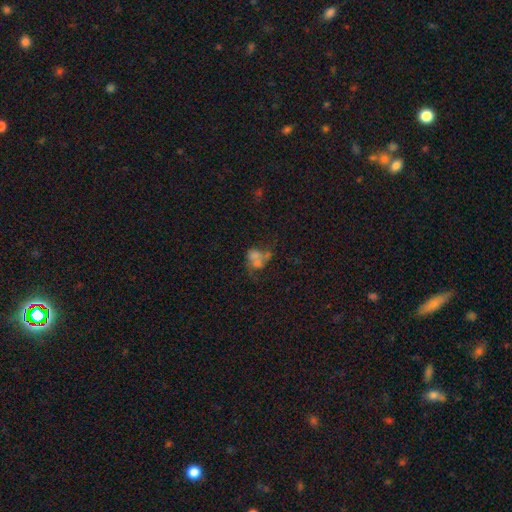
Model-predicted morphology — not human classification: Smooth or featured?
  - smooth: 45% *
  - featured or disk: 31%
  - star or artifact: 24%
Merging?
  - merger: 44% *
  - none: 25%
  - major disturbance: 19%
  - minor disturbance: 12%